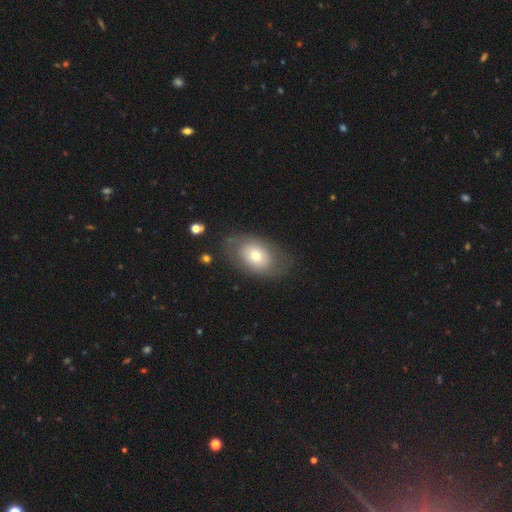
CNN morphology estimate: Smooth or featured? Predicted: smooth (p=0.64). How rounded? Predicted: in between (p=0.80). Merging? Predicted: none (p=0.74).